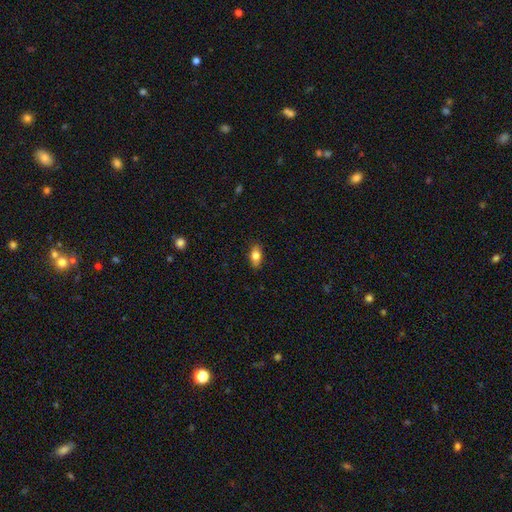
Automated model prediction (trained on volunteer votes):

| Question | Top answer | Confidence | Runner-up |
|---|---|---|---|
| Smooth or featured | smooth | 80% | featured or disk (12%) |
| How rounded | in between | 85% | round (8%) |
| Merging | none | 86% | minor disturbance (11%) |